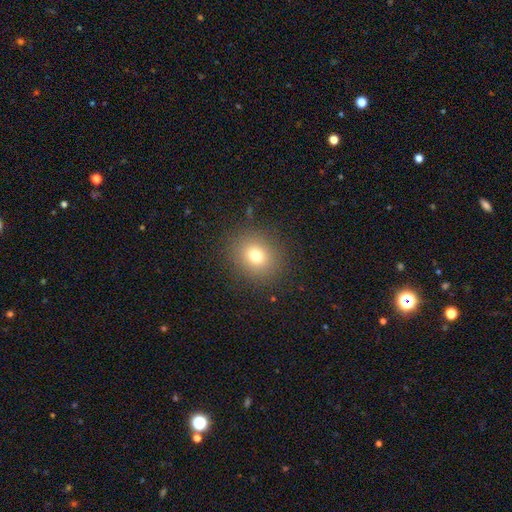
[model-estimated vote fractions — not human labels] This appears to be a smooth galaxy with no disk features (75%) that is round (71%). Merging: none (87%).